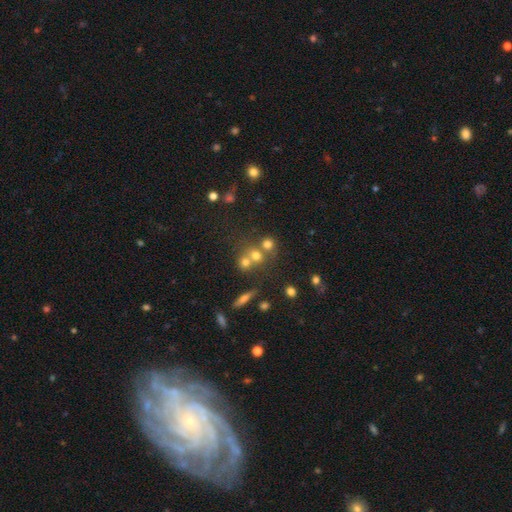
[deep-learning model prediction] This is likely a smooth galaxy (62%). How rounded: clearly round (83%). Merging: possibly none (46%).